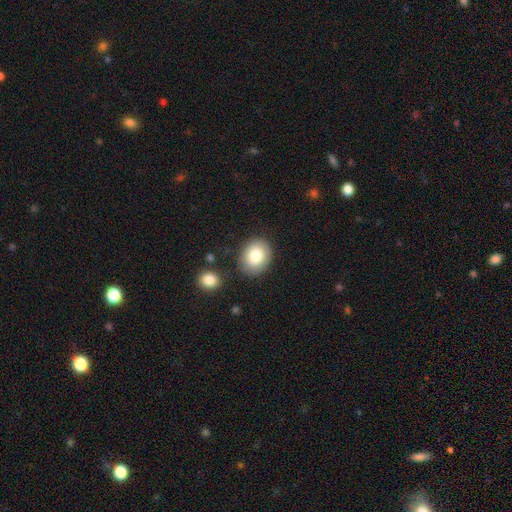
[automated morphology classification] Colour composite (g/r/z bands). It shows a smooth galaxy with no disk features (82%) that is in between round and cigar-shaped (50%). Merging: none (81%).